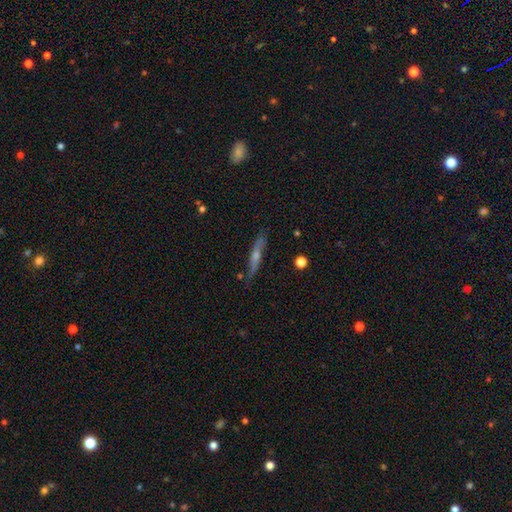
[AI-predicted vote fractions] A featured or disk galaxy (60%) viewed edge-on (83%).

Vote fractions:
- Smooth or featured? featured or disk: 60% / smooth: 31% / star or artifact: 9%
- Edge-on disk? yes: 83% / no: 17%
- Merging? none: 78% / minor disturbance: 16% / major disturbance: 4% / merger: 2%